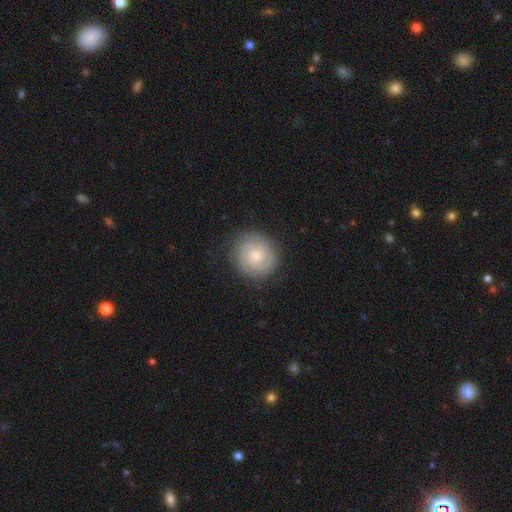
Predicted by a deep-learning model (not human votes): Overall: featured or disk (74%). Edge-on disk: no (98%). Bar: no (71%). Spiral arms: yes (96%). Spiral arm count: 2 (60%). Spiral winding: tight (75%). Bulge size: small (51%; moderate 41%). Merging: none (84%).